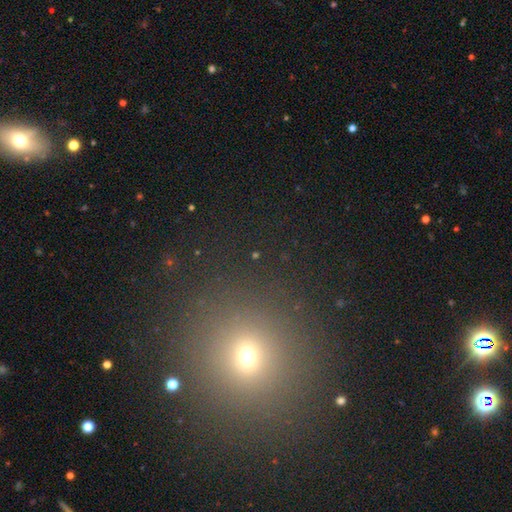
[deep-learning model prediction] This appears to be a star or artifact, not a galaxy (50%).